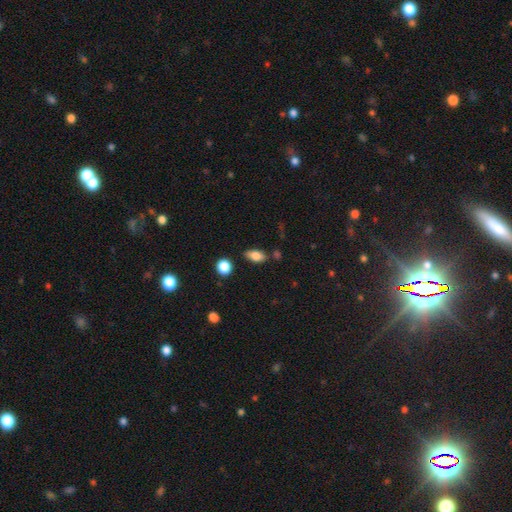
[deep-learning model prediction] The model was most divided on "merging": none: 76%, minor disturbance: 15%, merger: 6%, major disturbance: 3%. More confident: how rounded — in between (87%); smooth or featured — smooth (83%).